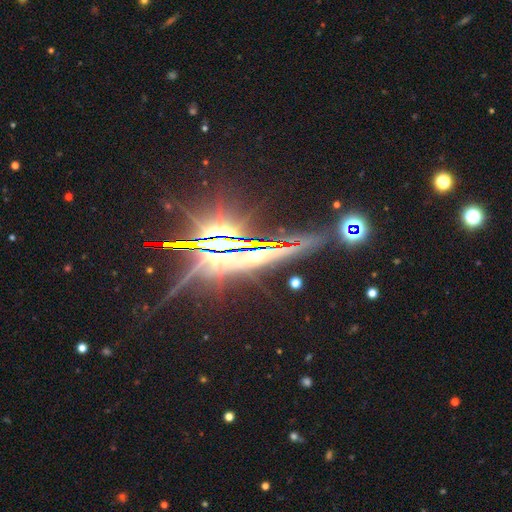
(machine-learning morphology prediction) Smooth or featured?
  - star or artifact: 75% *
  - featured or disk: 17%
  - smooth: 7%